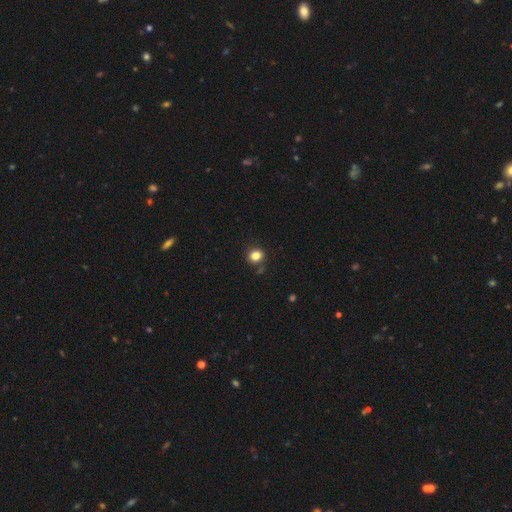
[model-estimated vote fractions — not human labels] Q: Smooth or featured?
A: smooth (82%); runner-up: star or artifact (13%)
Q: How rounded?
A: round (77%); runner-up: in between (22%)
Q: Merging?
A: none (85%); runner-up: minor disturbance (10%)